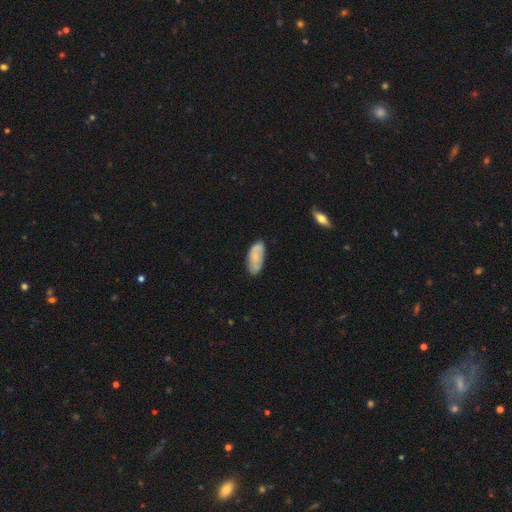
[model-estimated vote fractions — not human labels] Smooth or featured?
  - smooth: 63% *
  - featured or disk: 30%
  - star or artifact: 7%
How rounded?
  - in between: 86% *
  - cigar-shaped: 11%
  - round: 2%
Merging?
  - none: 74% *
  - minor disturbance: 20%
  - major disturbance: 4%
  - merger: 2%